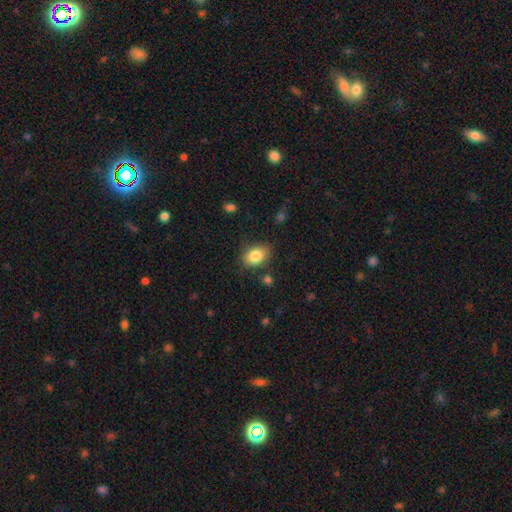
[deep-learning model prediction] smooth_or_featured: smooth (p=0.84) [alt: featured or disk p=0.08]
how_rounded: in between (p=0.78) [alt: round p=0.21]
merging: none (p=0.80) [alt: minor disturbance p=0.14]